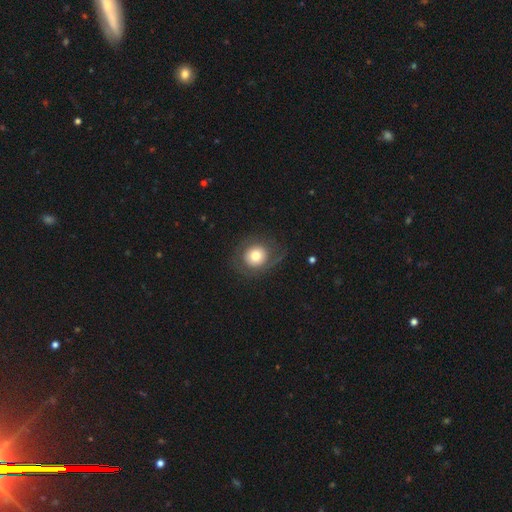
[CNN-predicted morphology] The model was most divided on "smooth or featured": smooth: 58%, featured or disk: 33%, star or artifact: 9%. More confident: how rounded — round (80%); merging — none (74%).